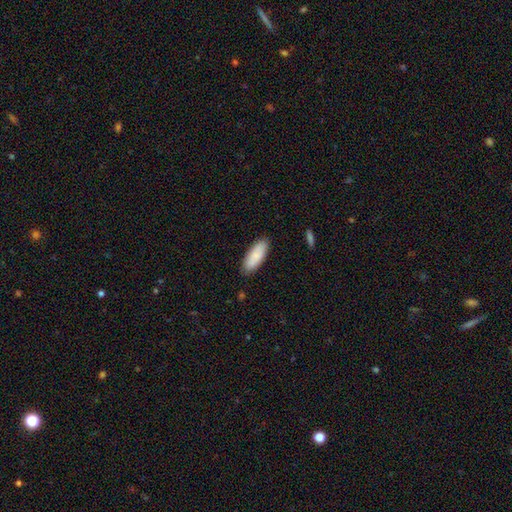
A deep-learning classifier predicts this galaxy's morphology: The model was most divided on "how rounded": in between: 75%, cigar-shaped: 23%, round: 1%. More confident: smooth or featured — smooth (88%); merging — none (86%).